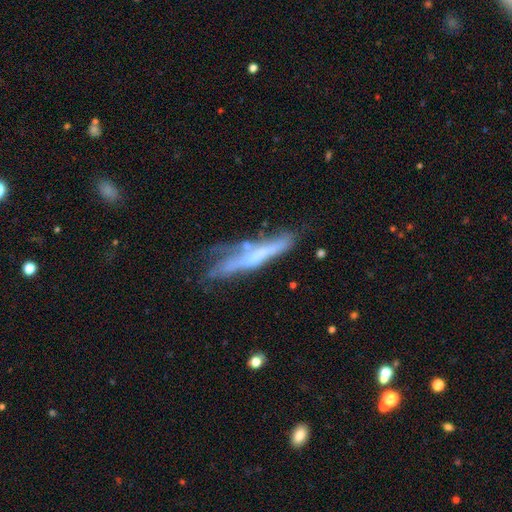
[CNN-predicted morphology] Smooth or featured? Predicted: featured or disk (p=0.59). Edge-on disk? Predicted: yes (p=0.74). Merging? Predicted: none (p=0.43).